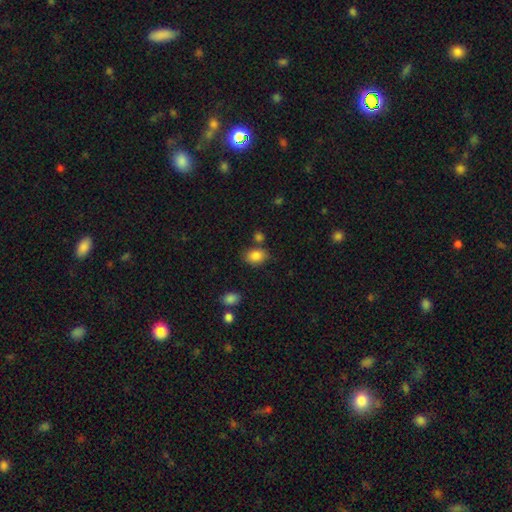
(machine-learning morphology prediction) smooth-or-featured: smooth: 85% | star or artifact: 9% | featured or disk: 6%
  how-rounded: in between: 70% | round: 29% | cigar-shaped: 1%
  merging: none: 73% | minor disturbance: 15% | merger: 9% | major disturbance: 4%